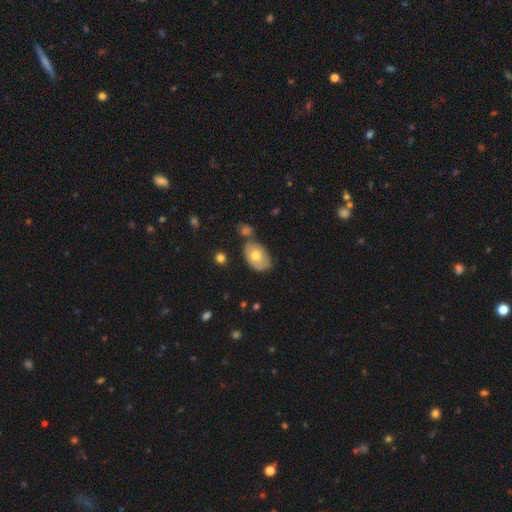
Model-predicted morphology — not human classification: This appears to be a smooth galaxy with no disk features (69%) that is in between round and cigar-shaped (88%). Merging: none (55%).